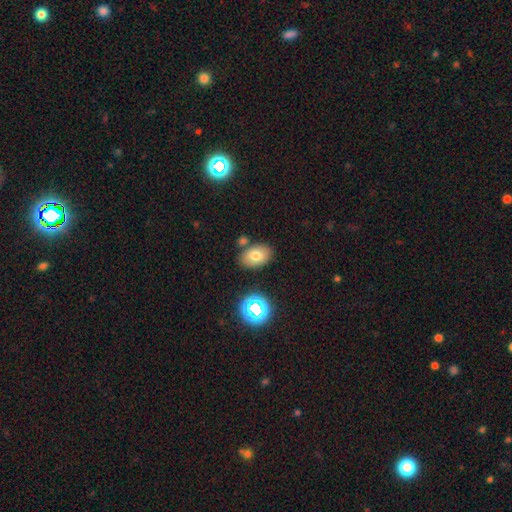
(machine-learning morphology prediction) This is likely a smooth galaxy (75%). How rounded: clearly in between (86%). Merging: likely none (79%).